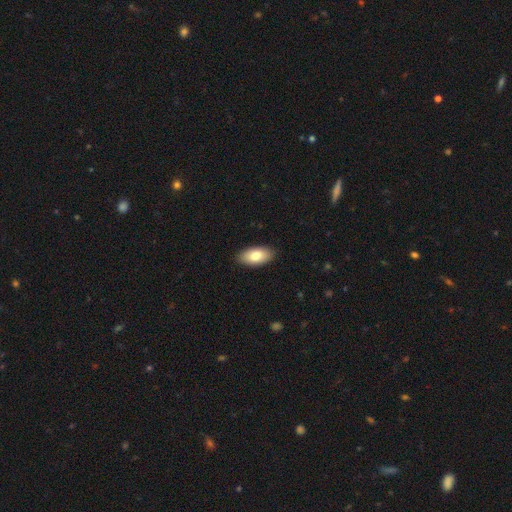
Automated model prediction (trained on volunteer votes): This is clearly a smooth galaxy (81%). How rounded: clearly in between (93%). Merging: clearly none (89%).